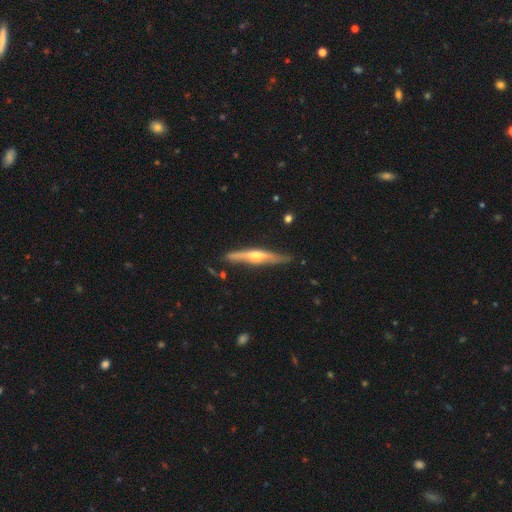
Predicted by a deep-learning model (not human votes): Morphology: type=featured or disk (74%); edge-on=yes (96%); edge-on bulge=rounded (86%); merging=none (80%).